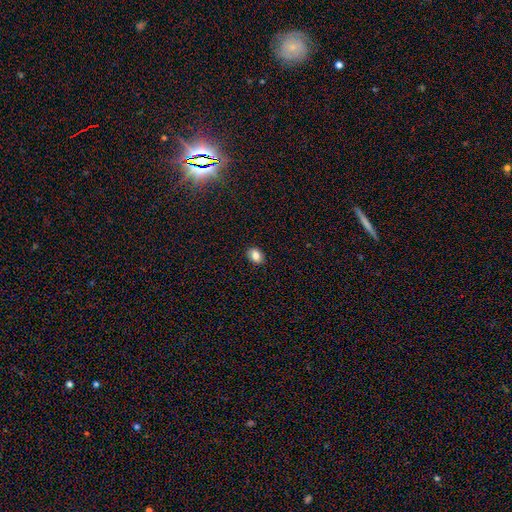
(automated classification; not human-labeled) smooth 83%, star or artifact 9%, featured or disk 8%. Down the decision tree: how rounded — in between (74%); merging — none (89%).